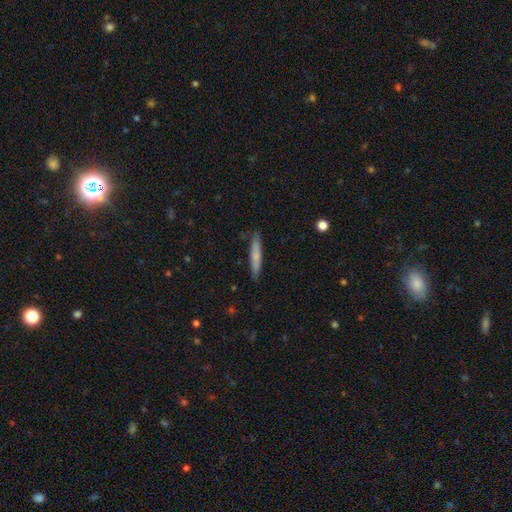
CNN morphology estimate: Smooth or featured: smooth — 70% (featured or disk — 24%)
How rounded: cigar-shaped — 94% (in between — 5%)
Merging: none — 87% (minor disturbance — 10%)